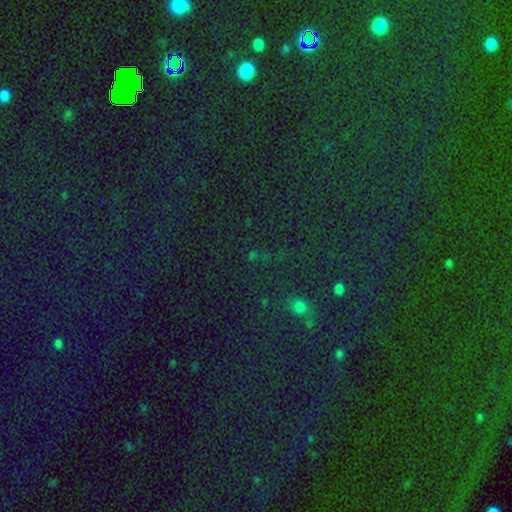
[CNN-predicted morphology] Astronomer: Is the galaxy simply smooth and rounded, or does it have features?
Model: star or artifact — 68%.